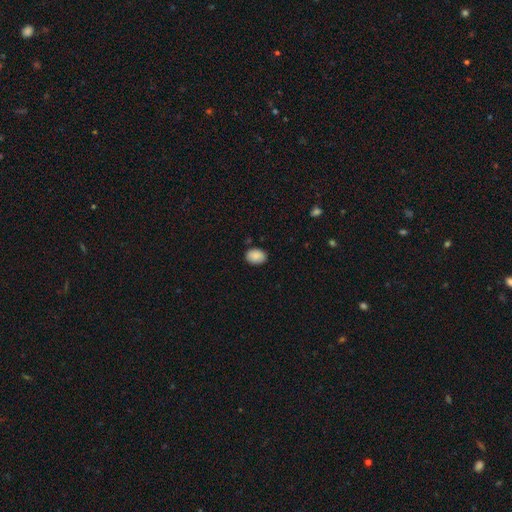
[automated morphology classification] The model was most divided on "how rounded": in between: 73%, round: 26%, cigar-shaped: 1%. More confident: smooth or featured — smooth (89%); merging — none (84%).